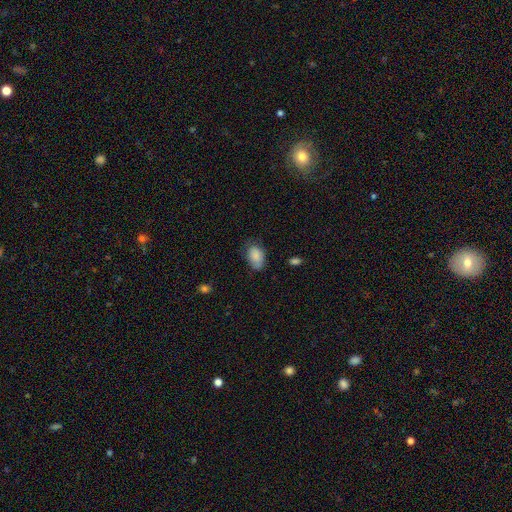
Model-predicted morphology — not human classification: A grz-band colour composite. It shows a smooth galaxy with no disk features (84%) that is in between round and cigar-shaped (89%). Merging: none (62%).